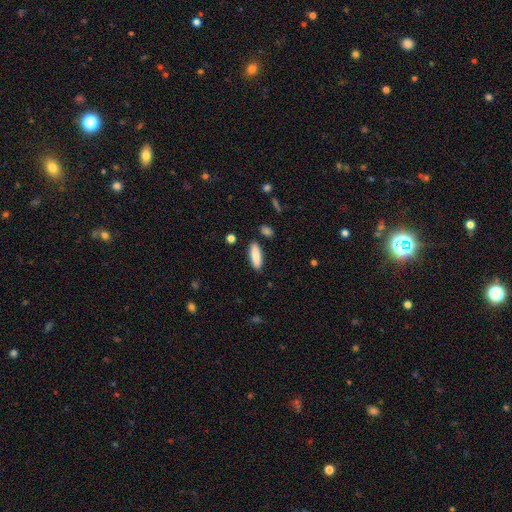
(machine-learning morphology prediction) This appears to be a smooth galaxy with no disk features (86%) that is cigar-shaped (51%). Merging: none (88%).